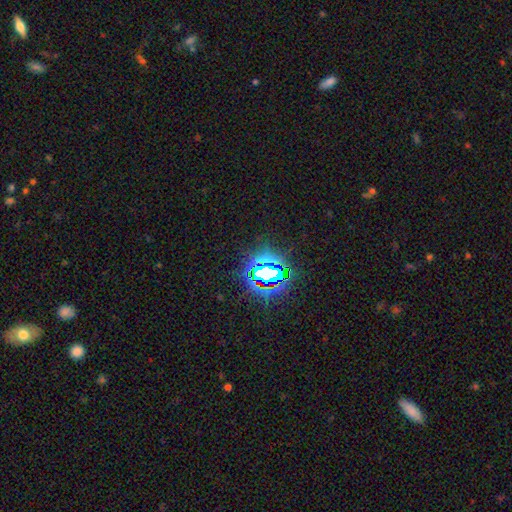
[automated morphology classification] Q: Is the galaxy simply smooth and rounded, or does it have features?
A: star or artifact — 80%.